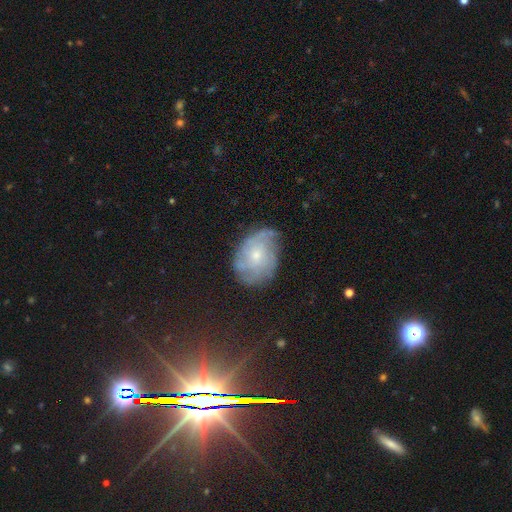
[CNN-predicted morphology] The model was most divided on "spiral arm count": can't tell: 38%, 3: 23%, 2: 19%, 4: 10%, 1: 5%, more than 4: 5%. More confident: edge-on disk — no (95%); spiral arms — yes (89%); bar — no (75%); merging — none (71%); smooth or featured — featured or disk (62%); spiral winding — tight (61%); bulge size — small (58%).